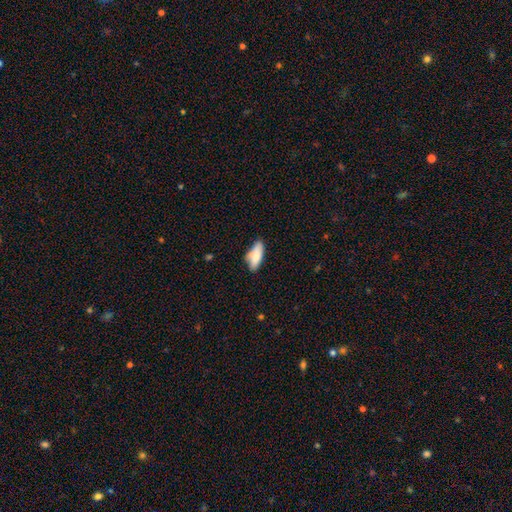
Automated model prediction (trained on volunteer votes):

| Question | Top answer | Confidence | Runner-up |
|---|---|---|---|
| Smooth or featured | smooth | 81% | featured or disk (12%) |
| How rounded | in between | 79% | cigar-shaped (19%) |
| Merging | none | 61% | minor disturbance (29%) |